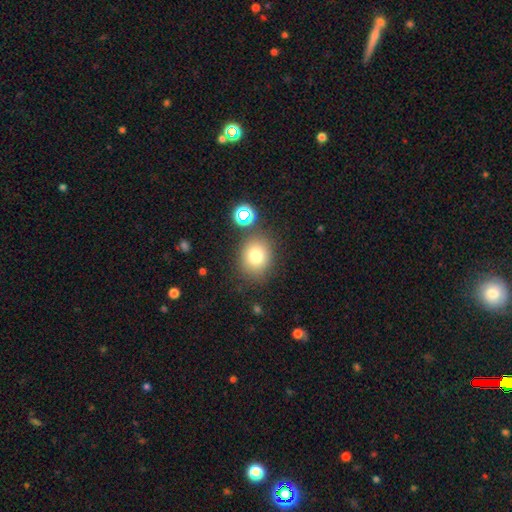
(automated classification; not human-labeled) Q: Smooth or featured?
A: smooth (76%); runner-up: star or artifact (14%)
Q: How rounded?
A: round (68%); runner-up: in between (31%)
Q: Merging?
A: none (78%); runner-up: minor disturbance (11%)